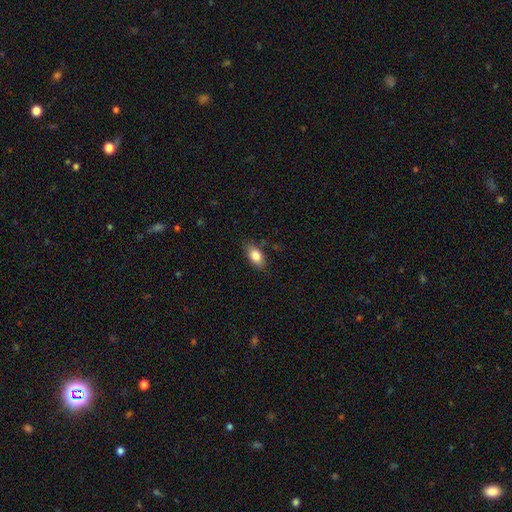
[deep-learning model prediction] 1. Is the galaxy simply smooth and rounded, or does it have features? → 83% smooth, 9% featured or disk, 7% star or artifact.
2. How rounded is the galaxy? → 89% in between, 6% round, 5% cigar-shaped.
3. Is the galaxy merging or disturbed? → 81% none, 15% minor disturbance, 3% major disturbance, 1% merger.